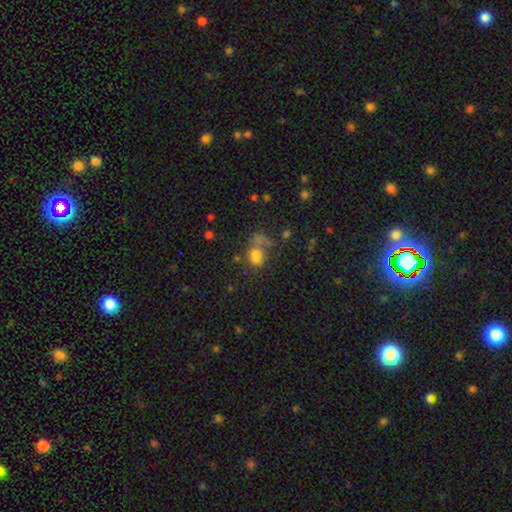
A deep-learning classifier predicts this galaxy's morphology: The model was most divided on "merging": merger: 30%, none: 28%, major disturbance: 26%, minor disturbance: 17%. More confident: how rounded — in between (73%); smooth or featured — smooth (69%).